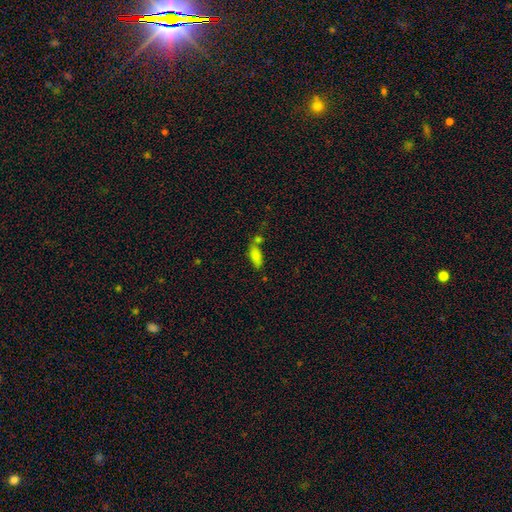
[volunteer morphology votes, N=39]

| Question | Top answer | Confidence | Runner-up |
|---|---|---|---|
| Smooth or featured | smooth | 79% | star or artifact (13%) |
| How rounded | in between | 90% | cigar-shaped (6%) |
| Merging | merger | 47% | none (21%) |